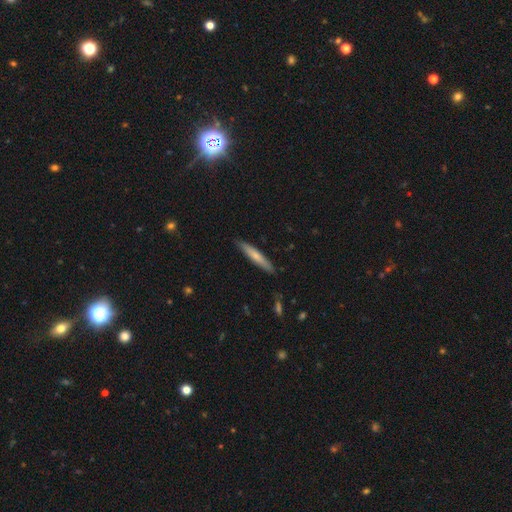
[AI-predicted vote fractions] This appears to be a smooth galaxy with no disk features (67%) that is cigar-shaped (92%). Merging: none (87%).